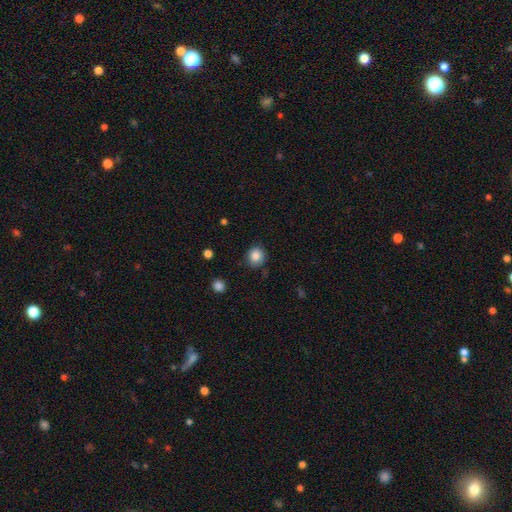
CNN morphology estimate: smooth_or_featured: smooth (p=0.85) [alt: star or artifact p=0.10]
how_rounded: round (p=0.85) [alt: in between p=0.14]
merging: none (p=0.84) [alt: minor disturbance p=0.11]